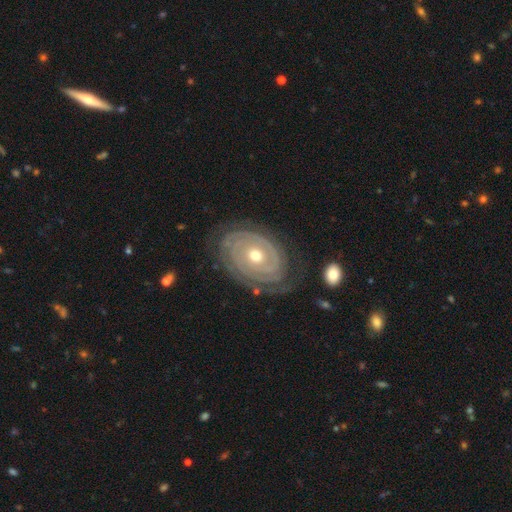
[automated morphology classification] A featured or disk galaxy (89%) with no bar (80%), 2 (42%) tight (85%) spiral arms (94%) and a moderate central bulge (64%).

Vote fractions:
- Smooth or featured? featured or disk: 89% / smooth: 7% / star or artifact: 4%
- Edge-on disk? no: 96% / yes: 4%
- Bar? no: 80% / weak: 14% / strong: 6%
- Spiral arms? yes: 94% / no: 6%
- Spiral winding? tight: 85% / medium: 11% / loose: 3%
- Spiral arm count? 2: 42% / can't tell: 26% / 3: 14% / 4: 6% / 1: 6% / more than 4: 5%
- Bulge size? moderate: 64% / small: 32% / large: 2% / dominant: 1% / none: 1%
- Merging? none: 73% / minor disturbance: 17% / major disturbance: 8% / merger: 2%